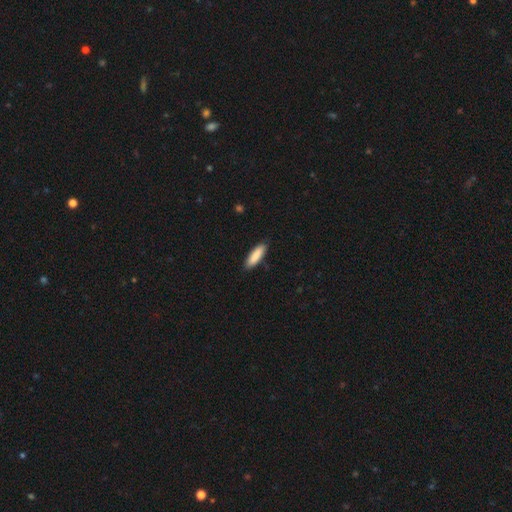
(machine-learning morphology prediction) smooth 88%, featured or disk 6%, star or artifact 6%. Down the decision tree: how rounded — cigar-shaped (57%); merging — none (87%).